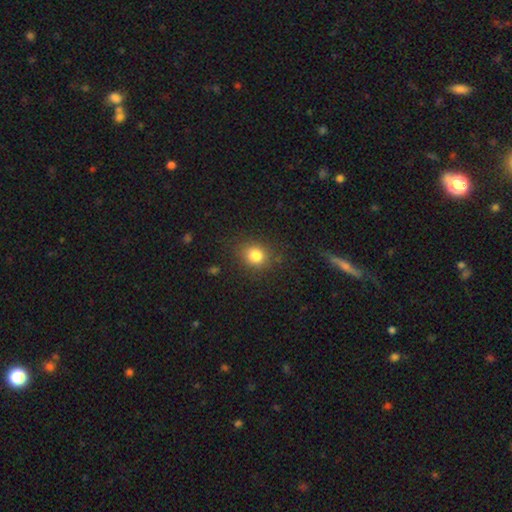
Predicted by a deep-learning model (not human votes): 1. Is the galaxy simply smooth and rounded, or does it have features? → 82% smooth, 12% star or artifact, 6% featured or disk.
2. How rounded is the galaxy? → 70% round, 29% in between, 1% cigar-shaped.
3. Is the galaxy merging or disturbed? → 83% none, 12% minor disturbance, 4% major disturbance, 2% merger.